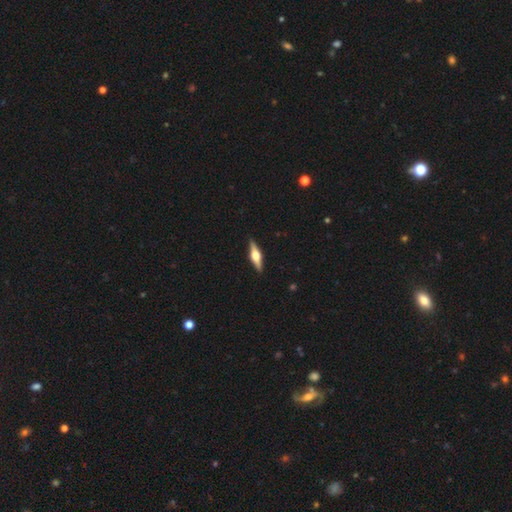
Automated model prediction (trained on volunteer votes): Smooth or featured?
  - featured or disk: 72% *
  - smooth: 23%
  - star or artifact: 5%
Edge-on disk?
  - yes: 97% *
  - no: 3%
Edge-on bulge?
  - rounded: 94% *
  - boxy: 4%
  - none: 1%
Merging?
  - none: 91% *
  - minor disturbance: 7%
  - major disturbance: 1%
  - merger: 1%